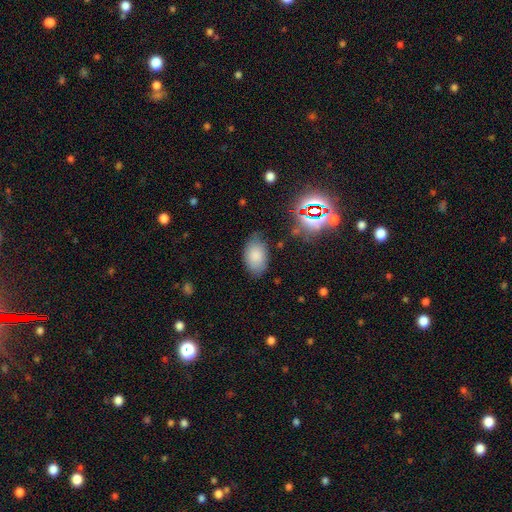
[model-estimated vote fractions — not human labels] Smooth or featured? smooth (81%)
How rounded? in between (91%)
Merging? none (75%)